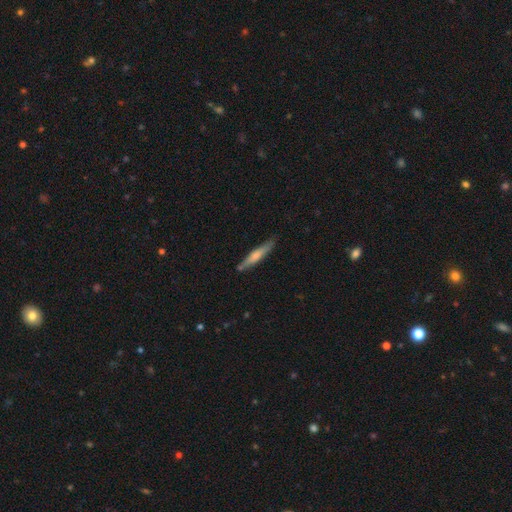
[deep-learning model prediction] This appears to be a smooth galaxy with no disk features (56%) that is cigar-shaped (91%). Merging: none (79%).